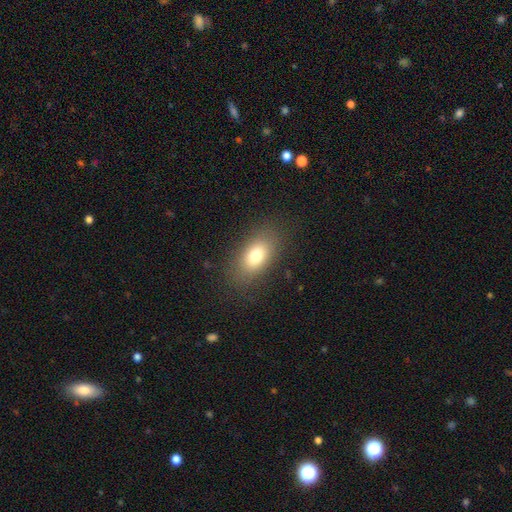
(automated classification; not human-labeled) Overall: smooth (77%). How rounded: in between (87%). Merging: none (83%).